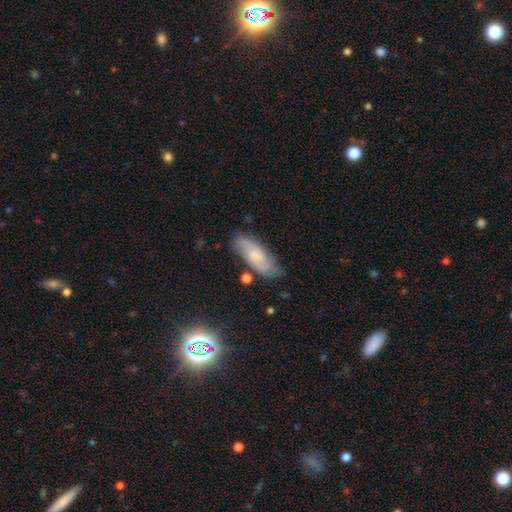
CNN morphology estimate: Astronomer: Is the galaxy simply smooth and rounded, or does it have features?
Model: featured or disk — 60%.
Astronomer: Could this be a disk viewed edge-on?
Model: no — 88%.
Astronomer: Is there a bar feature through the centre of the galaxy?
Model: no — 57% (runner-up: weak, 37%).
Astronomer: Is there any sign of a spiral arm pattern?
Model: yes — 92%.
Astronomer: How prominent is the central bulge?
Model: small — 40% (runner-up: none, 27%).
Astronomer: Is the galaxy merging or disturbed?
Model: none — 73%.